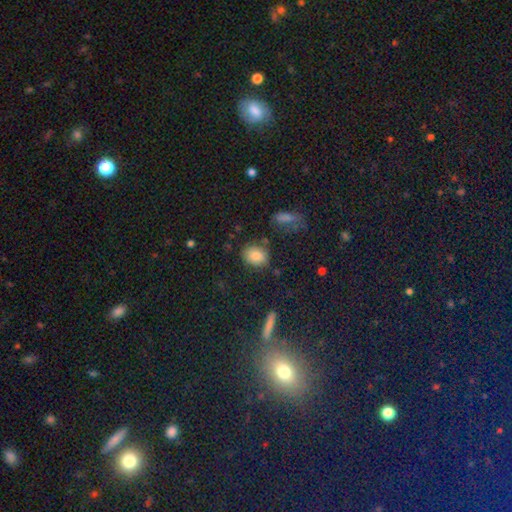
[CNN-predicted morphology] Smooth or featured: smooth — 81% (star or artifact — 11%)
How rounded: round — 51% (in between — 48%)
Merging: none — 78% (minor disturbance — 13%)